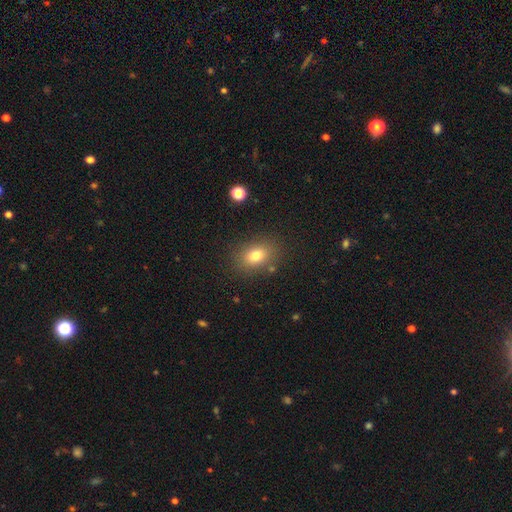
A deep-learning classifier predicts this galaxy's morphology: type=smooth (77%); roundness=in between (73%); merging=none (83%).